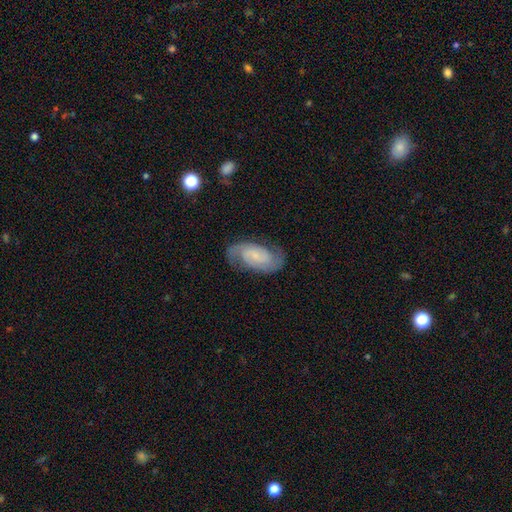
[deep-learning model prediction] This is likely a featured or disk galaxy (77%). It is clearly not viewed edge-on (96%). Bar: possibly no (48%). Spiral arm pattern: clearly yes (96%). Spiral arm count: clearly 2 (87%). Spiral winding: possibly medium (47%). Central bulge: possibly small (57%). Merging: likely none (77%).